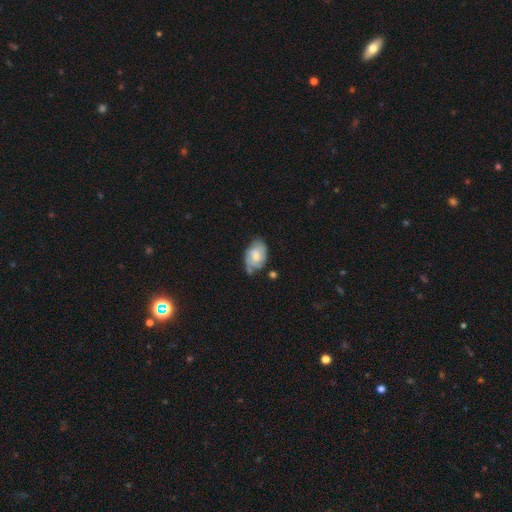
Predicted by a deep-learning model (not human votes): Q: Smooth or featured?
A: featured or disk (51%); runner-up: smooth (42%)
Q: Edge-on disk?
A: no (96%); runner-up: yes (4%)
Q: Merging?
A: none (51%); runner-up: minor disturbance (32%)